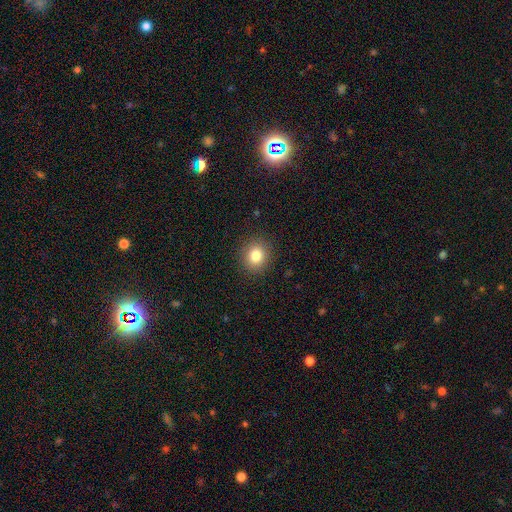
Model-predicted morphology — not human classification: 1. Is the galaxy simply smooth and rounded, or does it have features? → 82% smooth, 11% star or artifact, 7% featured or disk.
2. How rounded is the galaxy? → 81% round, 18% in between, 1% cigar-shaped.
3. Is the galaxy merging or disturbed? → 90% none, 7% minor disturbance, 2% major disturbance, 1% merger.